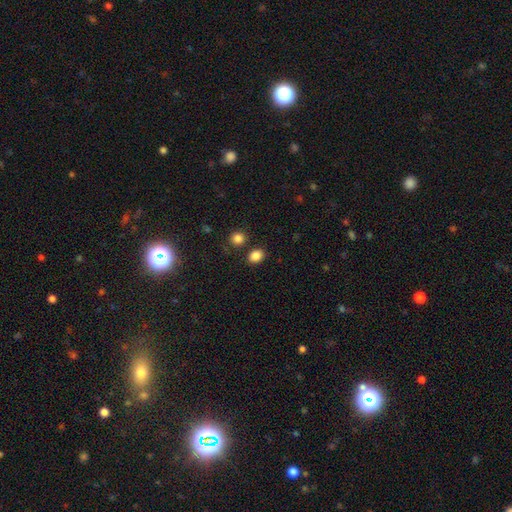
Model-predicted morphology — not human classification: The model was most divided on "how rounded": in between: 54%, round: 45%, cigar-shaped: 1%. More confident: smooth or featured — smooth (86%); merging — none (83%).